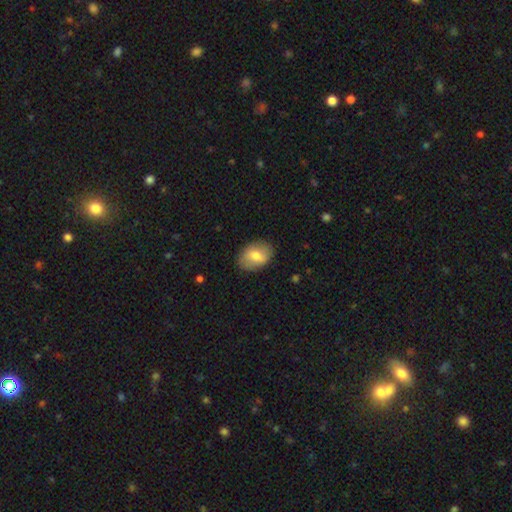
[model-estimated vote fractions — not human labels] The model was most divided on "smooth or featured": smooth: 69%, featured or disk: 24%, star or artifact: 7%. More confident: merging — none (85%); how rounded — in between (76%).